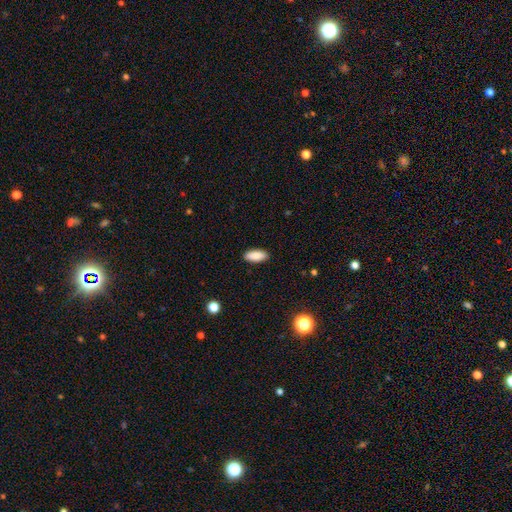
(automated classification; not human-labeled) Q: Smooth or featured?
A: smooth (89%); runner-up: star or artifact (7%)
Q: How rounded?
A: in between (86%); runner-up: cigar-shaped (12%)
Q: Merging?
A: none (90%); runner-up: minor disturbance (7%)